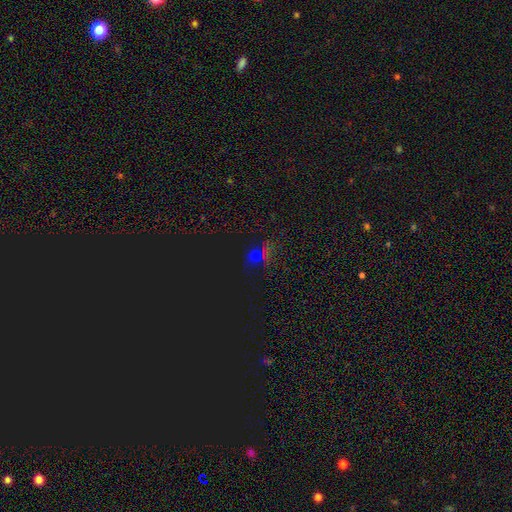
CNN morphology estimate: Overall: star or artifact (62%; smooth 30%).